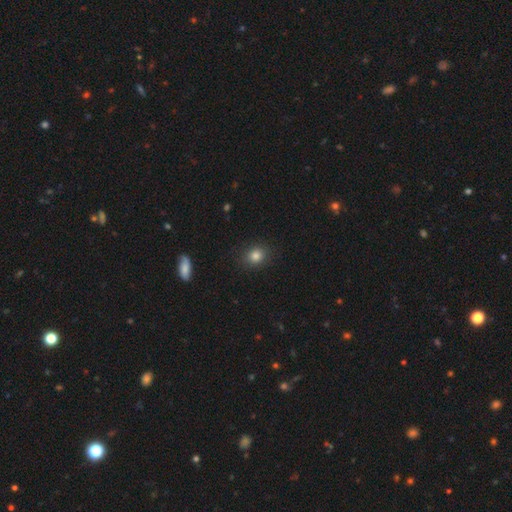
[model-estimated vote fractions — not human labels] Morphology: type=smooth (84%); roundness=round (64%); merging=none (87%).